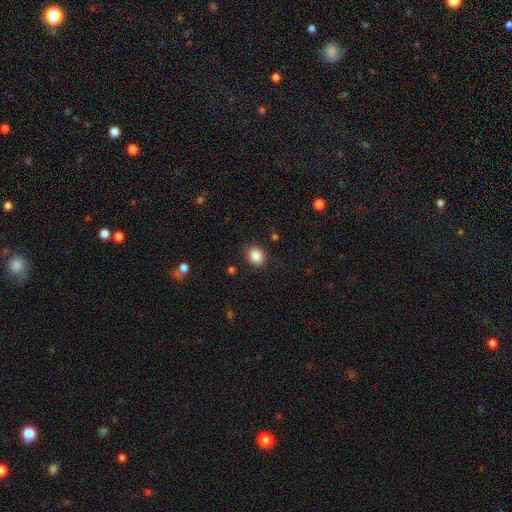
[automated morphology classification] smooth 87%, star or artifact 9%, featured or disk 4%. Down the decision tree: how rounded — in between (51%); merging — none (86%).